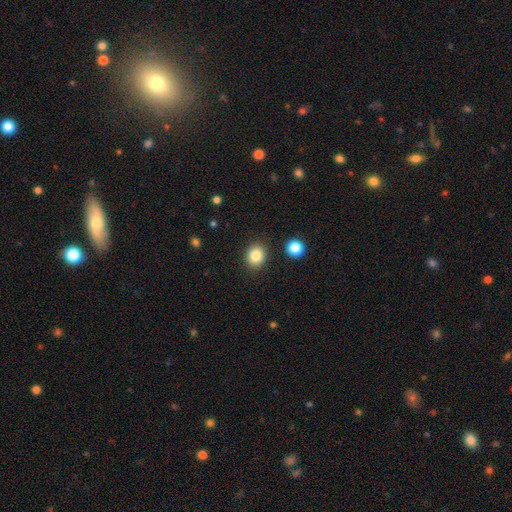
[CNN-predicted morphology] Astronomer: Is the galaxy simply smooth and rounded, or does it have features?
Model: smooth — 84%.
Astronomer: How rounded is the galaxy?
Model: round — 66%.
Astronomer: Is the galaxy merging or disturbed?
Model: none — 89%.